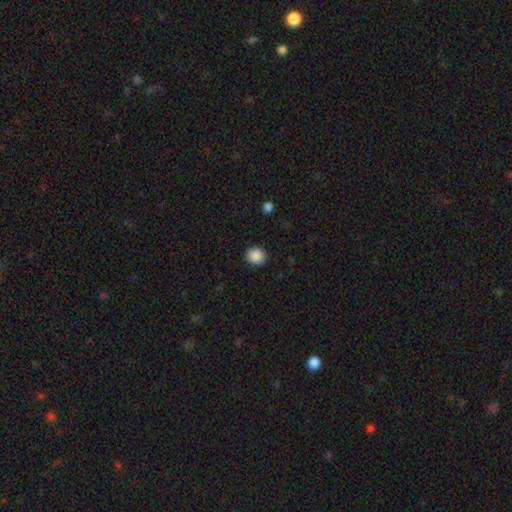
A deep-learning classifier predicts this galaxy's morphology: smooth 88%, star or artifact 9%, featured or disk 3%. Down the decision tree: how rounded — round (92%); merging — none (91%).